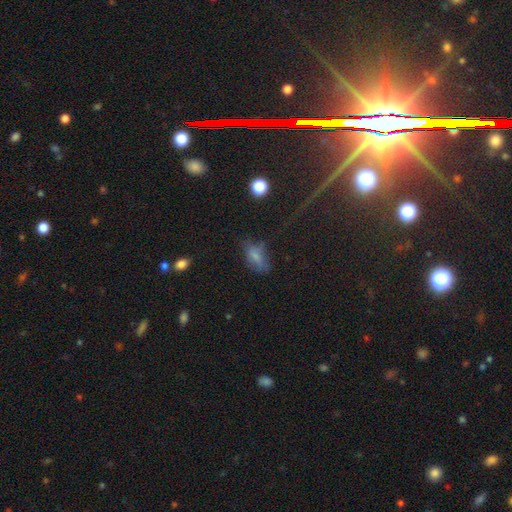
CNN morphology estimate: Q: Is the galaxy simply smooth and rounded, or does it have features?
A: smooth — 65%.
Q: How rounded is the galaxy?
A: in between — 84%.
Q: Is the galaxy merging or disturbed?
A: none — 50%.